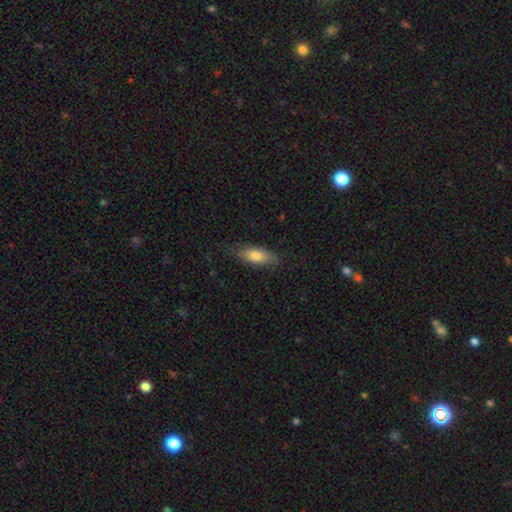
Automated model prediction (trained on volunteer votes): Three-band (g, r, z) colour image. It shows a smooth galaxy with no disk features (74%) that is in between round and cigar-shaped (77%). Merging: none (77%).